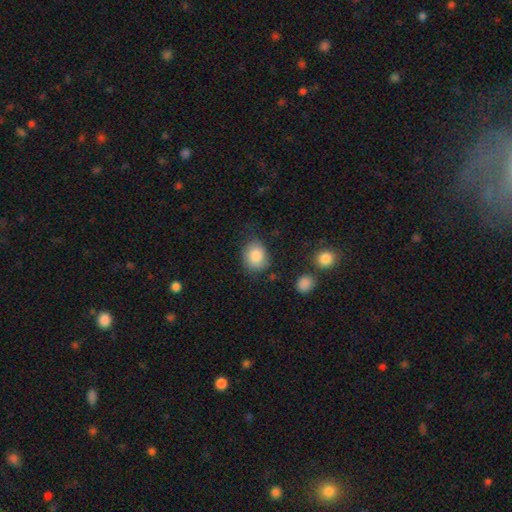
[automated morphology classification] smooth_or_featured: smooth (p=0.85) [alt: star or artifact p=0.08]
how_rounded: round (p=0.59) [alt: in between p=0.40]
merging: none (p=0.73) [alt: minor disturbance p=0.19]